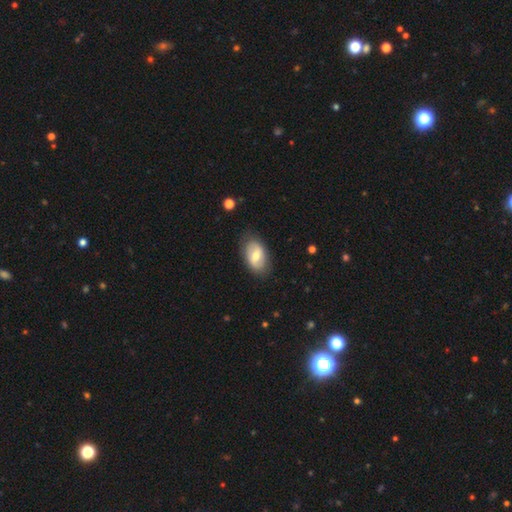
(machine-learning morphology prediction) This appears to be a smooth galaxy with no disk features (54%) that is in between round and cigar-shaped (91%). Merging: none (79%).